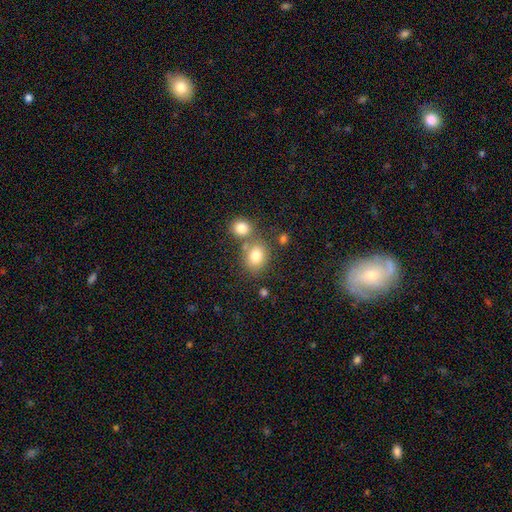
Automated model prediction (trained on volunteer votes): A smooth galaxy with no disk features (80%) that is round (60%).

Vote fractions:
- Smooth or featured? smooth: 80% / star or artifact: 11% / featured or disk: 9%
- How rounded? round: 60% / in between: 39% / cigar-shaped: 1%
- Merging? none: 57% / merger: 28% / minor disturbance: 11% / major disturbance: 4%